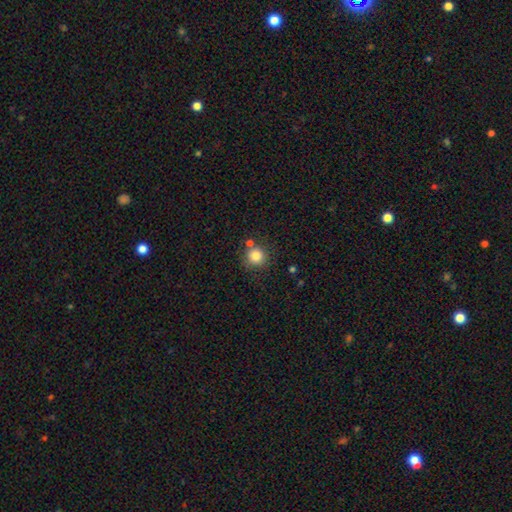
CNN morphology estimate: The model was most divided on "merging": none: 76%, merger: 10%, minor disturbance: 10%, major disturbance: 3%. More confident: how rounded — round (93%); smooth or featured — smooth (83%).